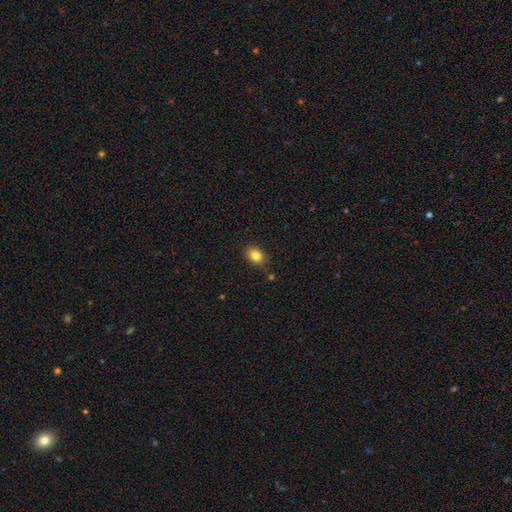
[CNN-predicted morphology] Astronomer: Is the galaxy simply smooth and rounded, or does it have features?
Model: smooth — 82%.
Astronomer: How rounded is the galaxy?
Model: in between — 64%.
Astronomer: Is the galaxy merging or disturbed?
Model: none — 82%.